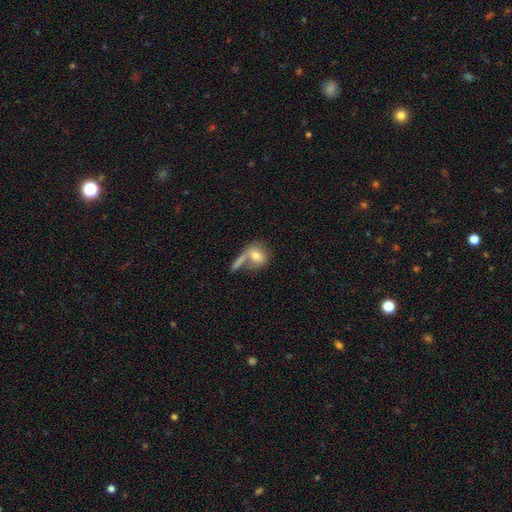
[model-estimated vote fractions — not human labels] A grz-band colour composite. It shows a smooth galaxy with no disk features (72%) that is round (58%). Merging: none (41%).